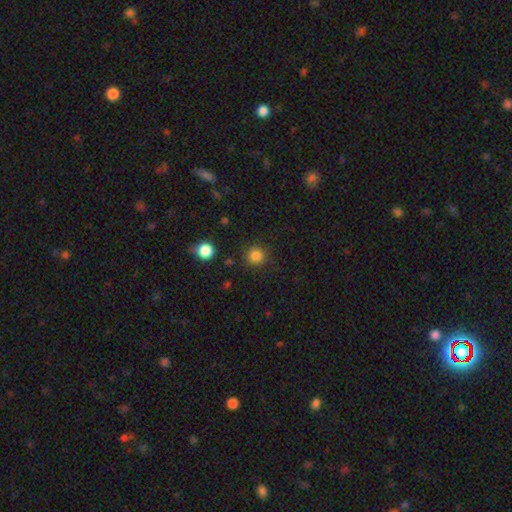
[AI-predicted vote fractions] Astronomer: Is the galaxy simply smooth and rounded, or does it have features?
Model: smooth — 84%.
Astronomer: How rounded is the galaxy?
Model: round — 94%.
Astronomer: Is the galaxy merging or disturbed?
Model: none — 88%.